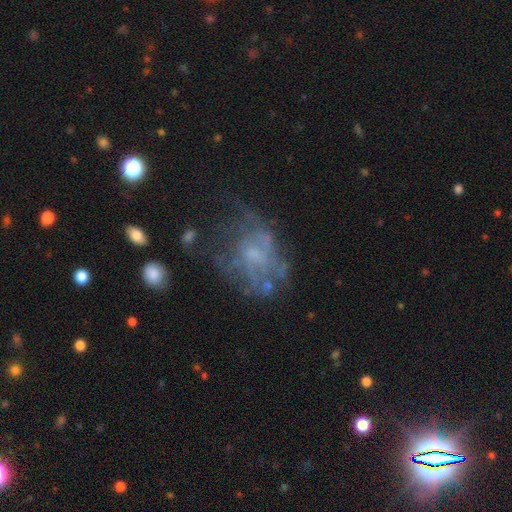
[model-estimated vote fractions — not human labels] The model was most divided on "bulge size" (2-way tie): small: 37%, none: 37%, moderate: 22%, large: 3%, dominant: 1%. Remaining: edge-on disk — no (97%); bar — no (78%); spiral arms — no (67%); smooth or featured — featured or disk (61%); merging — none (39%).